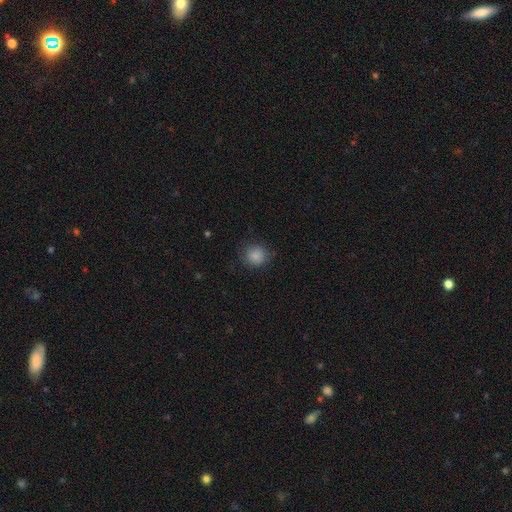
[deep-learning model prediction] Smooth or featured?
  - smooth: 85% *
  - star or artifact: 10%
  - featured or disk: 5%
How rounded?
  - round: 88% *
  - in between: 11%
  - cigar-shaped: 1%
Merging?
  - none: 79% *
  - minor disturbance: 16%
  - major disturbance: 5%
  - merger: 1%